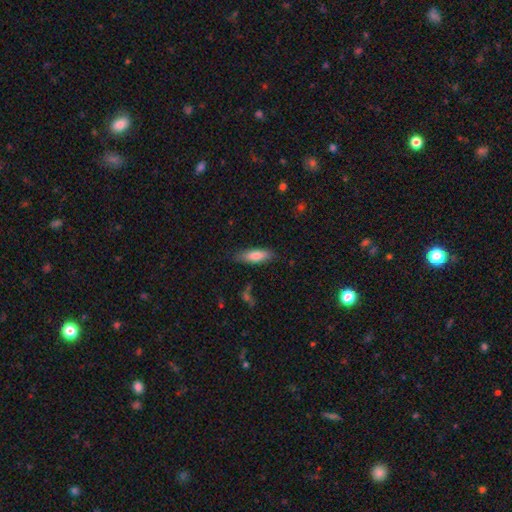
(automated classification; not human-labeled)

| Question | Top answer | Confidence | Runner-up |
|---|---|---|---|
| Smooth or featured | smooth | 80% | featured or disk (14%) |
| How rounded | in between | 53% | cigar-shaped (45%) |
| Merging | none | 81% | minor disturbance (14%) |